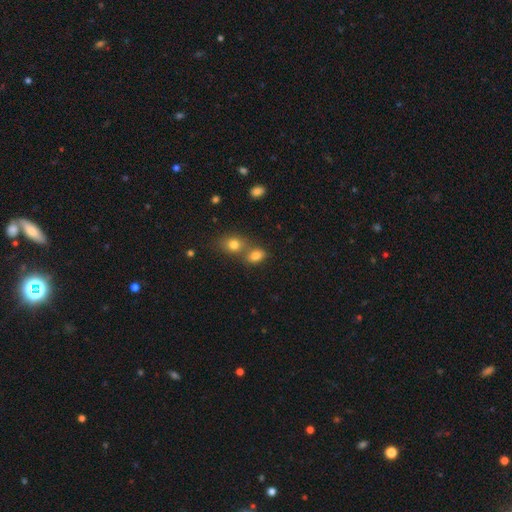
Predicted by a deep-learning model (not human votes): smooth 80%, star or artifact 12%, featured or disk 8%. Down the decision tree: how rounded — in between (76%); merging — none (44%).